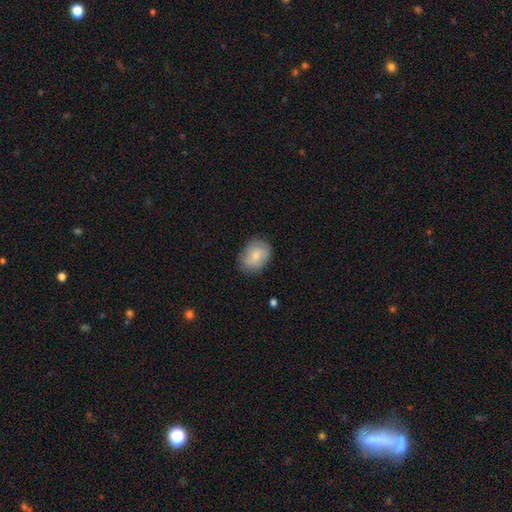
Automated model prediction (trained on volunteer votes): Smooth or featured? Predicted: smooth (p=0.79). How rounded? Predicted: in between (p=0.68). Merging? Predicted: none (p=0.76).